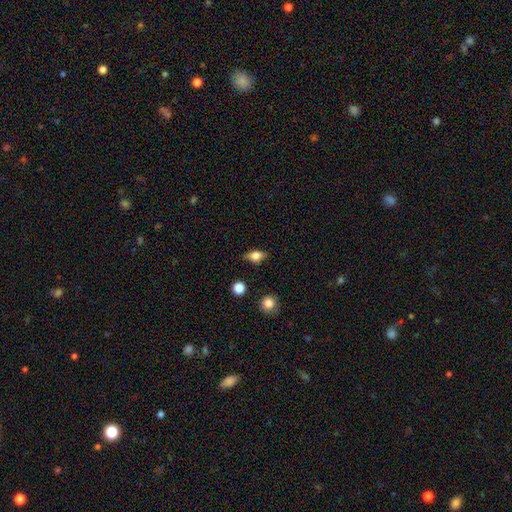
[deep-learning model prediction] The model was most divided on "smooth or featured": smooth: 73%, featured or disk: 18%, star or artifact: 9%. More confident: merging — none (79%); how rounded — in between (75%).